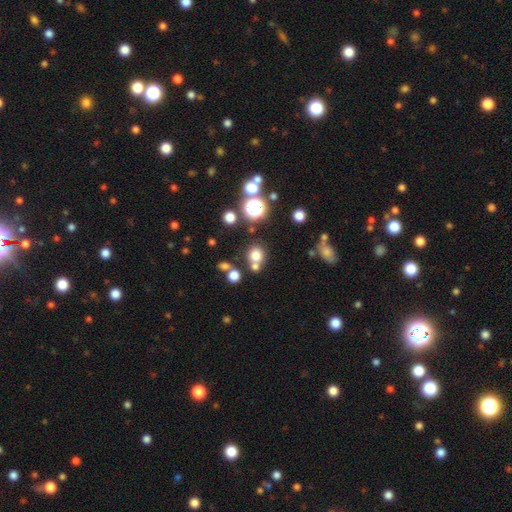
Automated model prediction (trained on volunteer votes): The model was most divided on "merging": none: 65%, merger: 22%, minor disturbance: 10%, major disturbance: 4%. More confident: how rounded — round (86%); smooth or featured — smooth (73%).